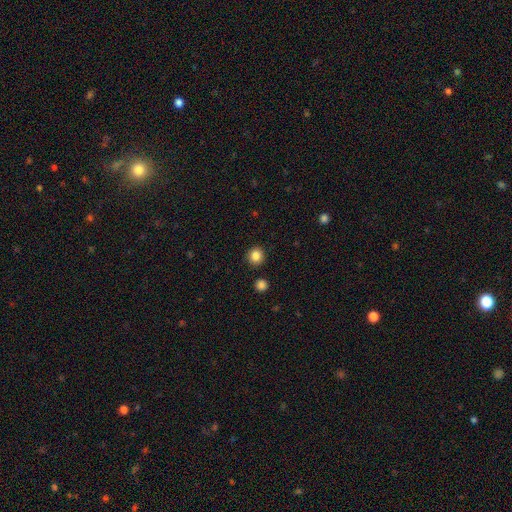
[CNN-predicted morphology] This is clearly a smooth galaxy (85%). How rounded: clearly round (91%). Merging: clearly none (91%).